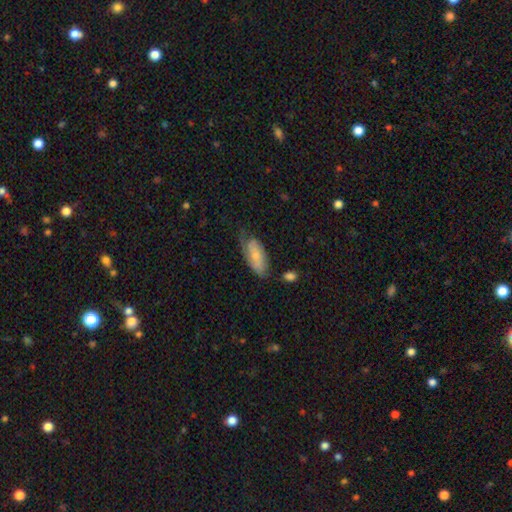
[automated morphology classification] This is likely a smooth galaxy (64%). How rounded: clearly in between (85%). Merging: possibly none (48%).